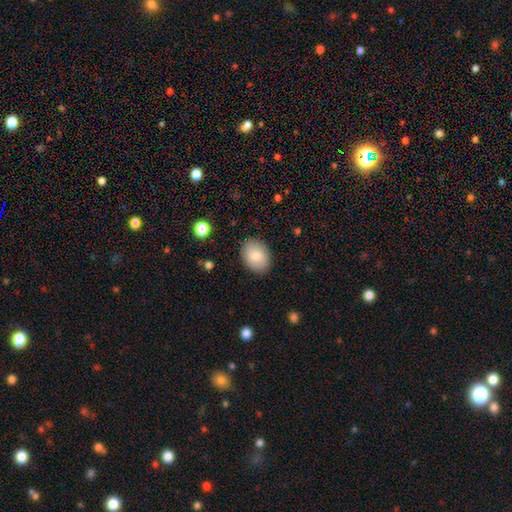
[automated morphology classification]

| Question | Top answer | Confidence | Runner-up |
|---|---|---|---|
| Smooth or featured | smooth | 84% | featured or disk (9%) |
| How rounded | in between | 74% | round (25%) |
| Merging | none | 87% | minor disturbance (9%) |